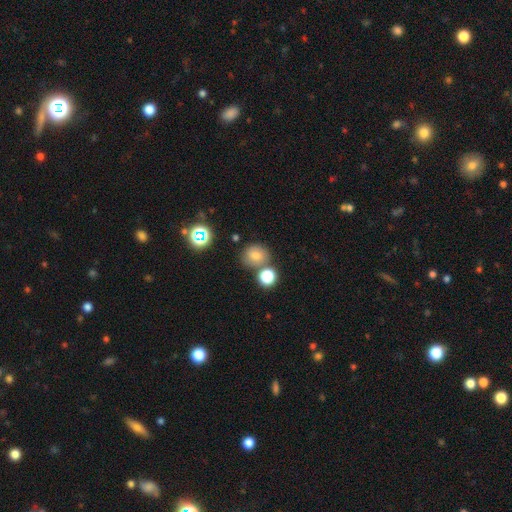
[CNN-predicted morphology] A smooth galaxy with no disk features (70%) that is round (74%). Merging: none (66%).